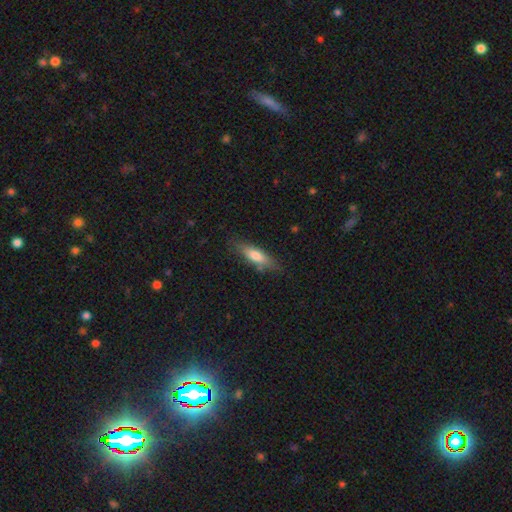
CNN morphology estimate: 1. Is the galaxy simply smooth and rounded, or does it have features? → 66% smooth, 27% featured or disk, 6% star or artifact.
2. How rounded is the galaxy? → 58% cigar-shaped, 40% in between, 2% round.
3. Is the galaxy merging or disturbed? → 78% none, 16% minor disturbance, 3% major disturbance, 2% merger.